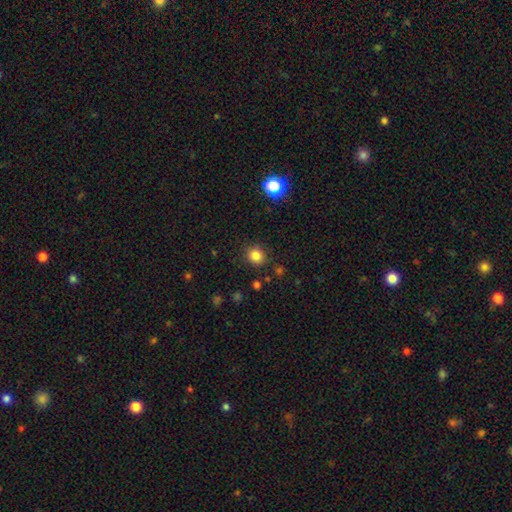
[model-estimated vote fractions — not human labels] smooth-or-featured: smooth: 83% | star or artifact: 13% | featured or disk: 4%
  how-rounded: round: 83% | in between: 16% | cigar-shaped: 1%
  merging: none: 87% | minor disturbance: 8% | major disturbance: 3% | merger: 2%